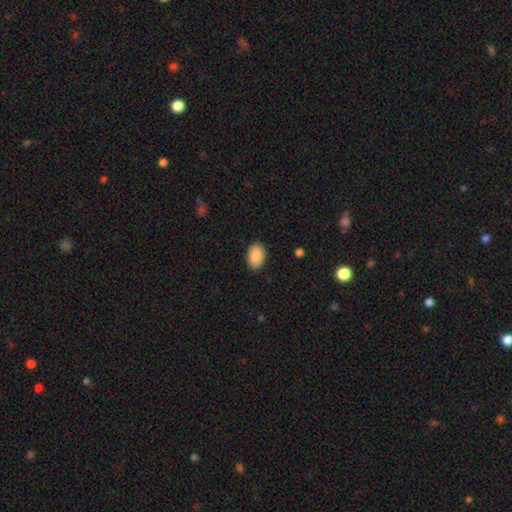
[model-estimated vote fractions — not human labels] A smooth galaxy with no disk features (90%) that is in between round and cigar-shaped (90%).

Vote fractions:
- Smooth or featured? smooth: 90% / star or artifact: 7% / featured or disk: 4%
- How rounded? in between: 90% / round: 9% / cigar-shaped: 1%
- Merging? none: 89% / minor disturbance: 8% / major disturbance: 2% / merger: 1%